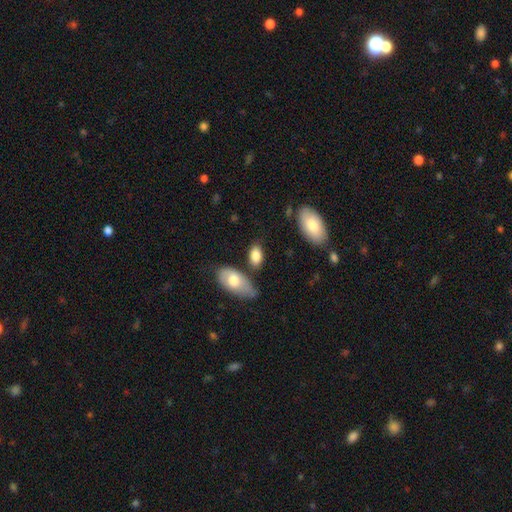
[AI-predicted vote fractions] A smooth galaxy with no disk features (83%) that is in between round and cigar-shaped (91%). Merging: none (66%).